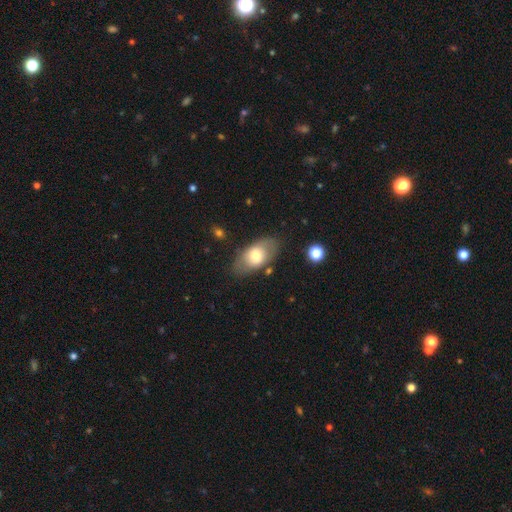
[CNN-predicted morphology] type=smooth (65%); roundness=in between (90%); merging=none (75%).